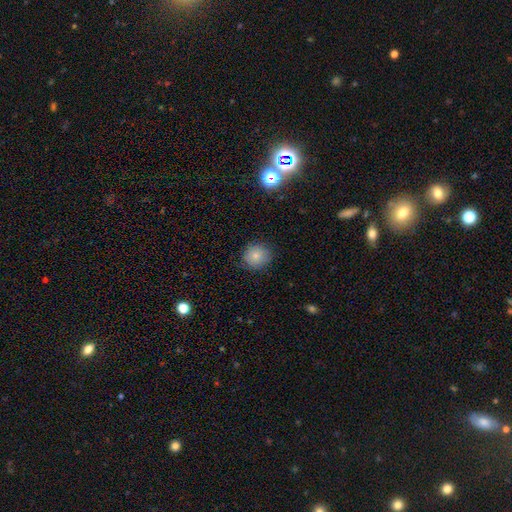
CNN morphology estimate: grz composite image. It shows a smooth galaxy with no disk features (81%) that is round (88%). Merging: none (83%).